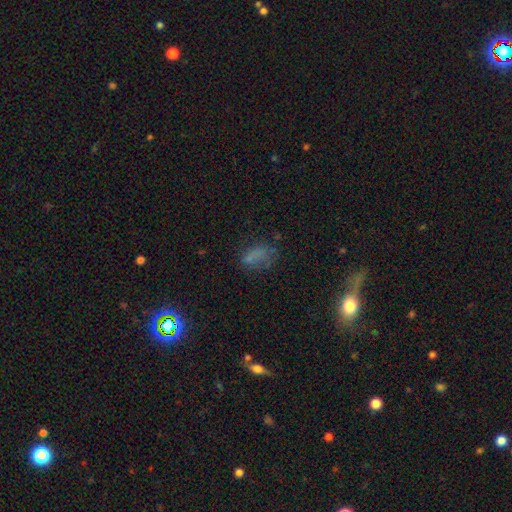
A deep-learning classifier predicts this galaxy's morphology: The model was most divided on "merging": none: 49%, minor disturbance: 24%, major disturbance: 21%, merger: 6%. More confident: how rounded — in between (78%); smooth or featured — smooth (63%).